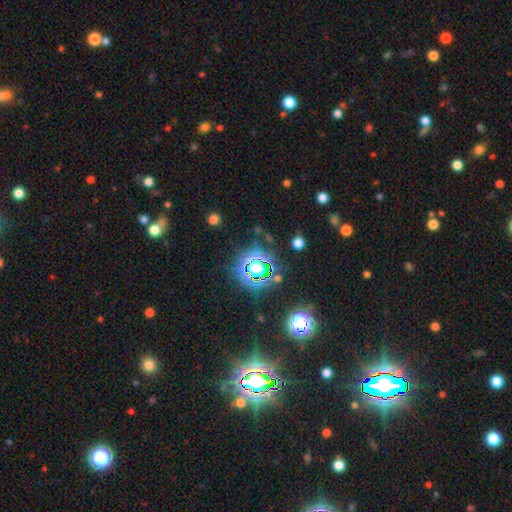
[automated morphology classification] star or artifact 79%, smooth 13%, featured or disk 7%.